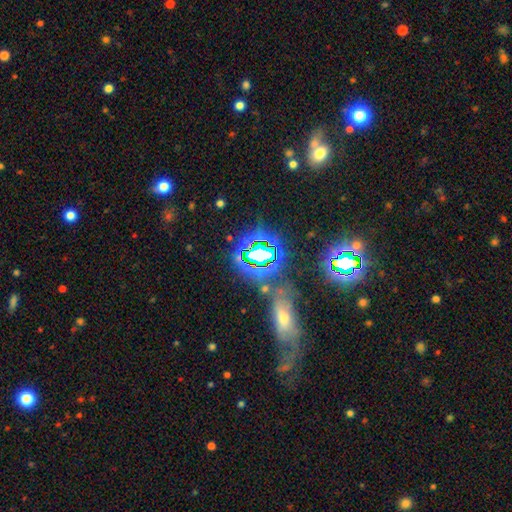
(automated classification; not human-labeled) Overall: star or artifact (71%).